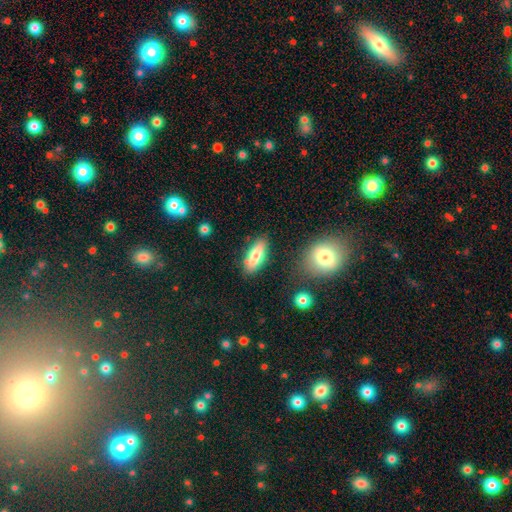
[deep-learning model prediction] This appears to be a smooth galaxy with no disk features (73%) that is in between round and cigar-shaped (73%). Merging: none (79%).